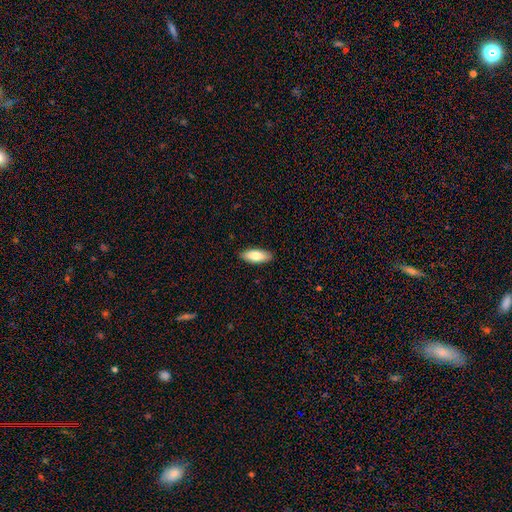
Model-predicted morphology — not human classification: smooth 80%, featured or disk 14%, star or artifact 6%. Down the decision tree: how rounded — in between (78%); merging — none (90%).